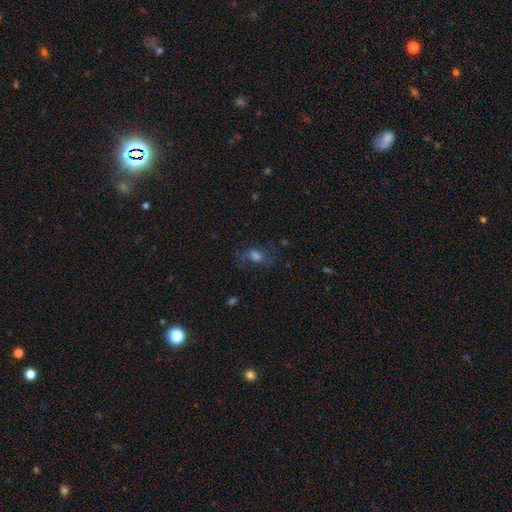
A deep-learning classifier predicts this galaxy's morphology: This is possibly a smooth galaxy (48%). Merging: possibly none (59%).